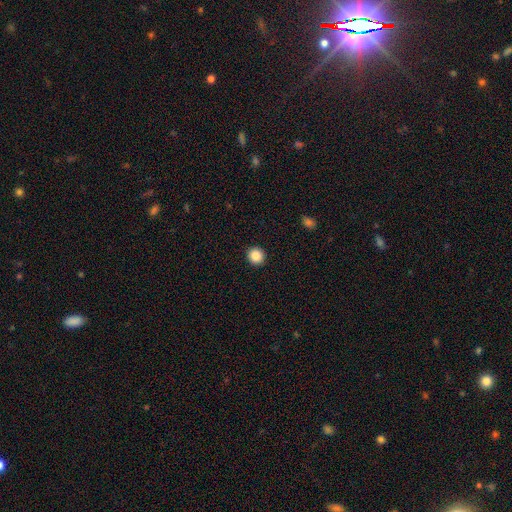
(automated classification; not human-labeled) smooth_or_featured: smooth (p=0.86) [alt: star or artifact p=0.10]
how_rounded: round (p=0.92) [alt: in between p=0.07]
merging: none (p=0.93) [alt: minor disturbance p=0.04]